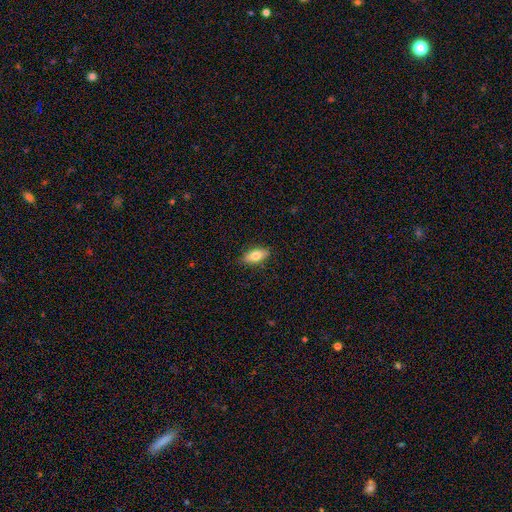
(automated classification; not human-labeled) smooth_or_featured: smooth (p=0.78) [alt: featured or disk p=0.15]
how_rounded: in between (p=0.85) [alt: cigar-shaped p=0.12]
merging: none (p=0.86) [alt: minor disturbance p=0.11]